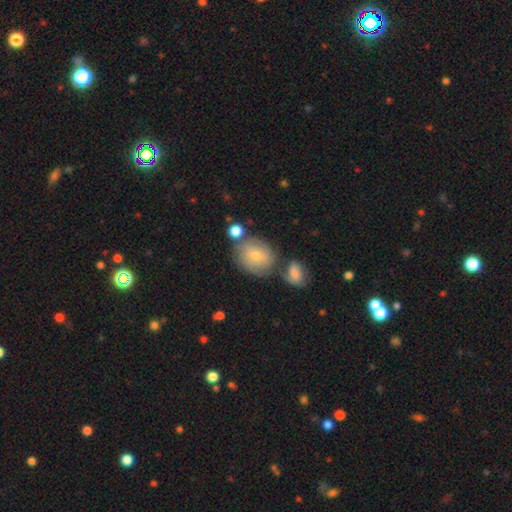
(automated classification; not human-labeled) A smooth galaxy with no disk features (60%) that is round (60%). Merging: none (51%).